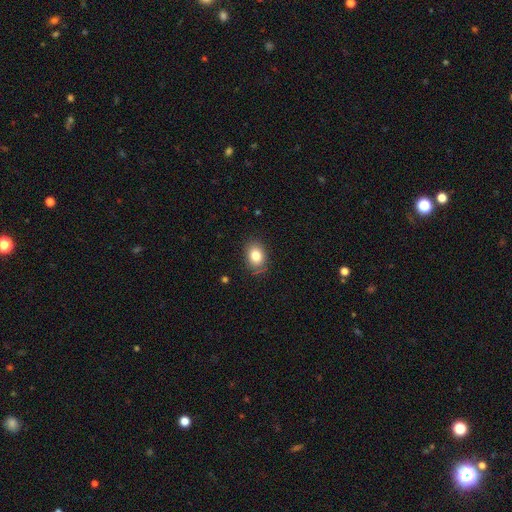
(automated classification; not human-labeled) smooth 81%, featured or disk 10%, star or artifact 9%. Down the decision tree: how rounded — in between (67%); merging — none (82%).